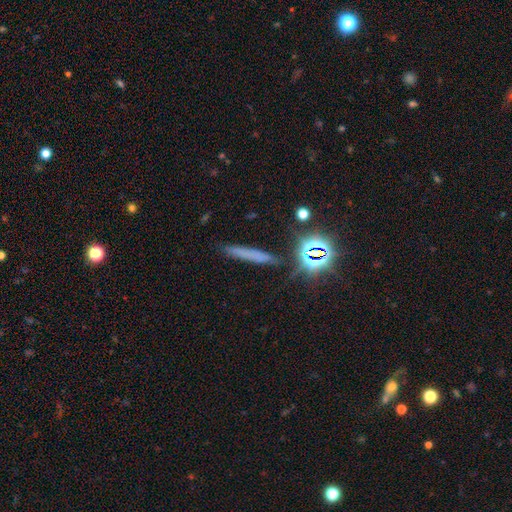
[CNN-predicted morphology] type=smooth (56%); roundness=cigar-shaped (89%); merging=none (86%).